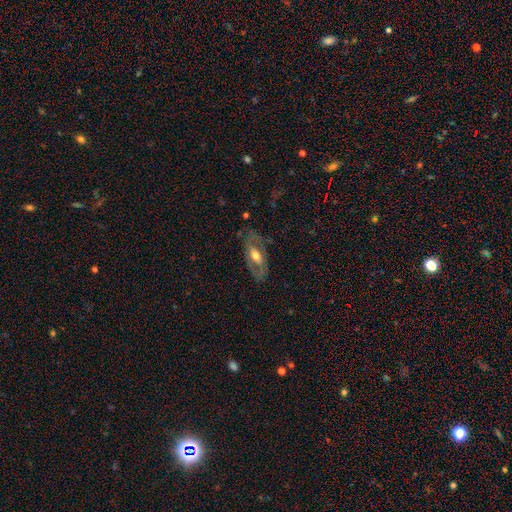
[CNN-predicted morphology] Smooth or featured? Predicted: featured or disk (p=0.60). Edge-on disk? Predicted: no (p=0.84). Bar? Predicted: no (p=0.54). Spiral arms? Predicted: no (p=0.54). Bulge size? Predicted: moderate (p=0.66). Merging? Predicted: none (p=0.71).